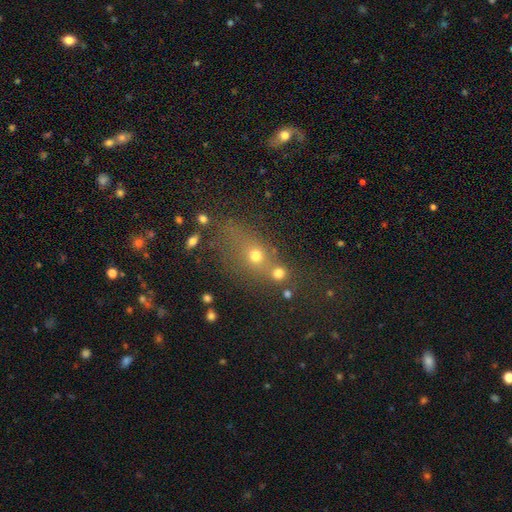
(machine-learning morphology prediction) Q: Smooth or featured?
A: smooth (54%); runner-up: star or artifact (28%)
Q: How rounded?
A: round (54%); runner-up: in between (38%)
Q: Merging?
A: none (43%); runner-up: merger (38%)